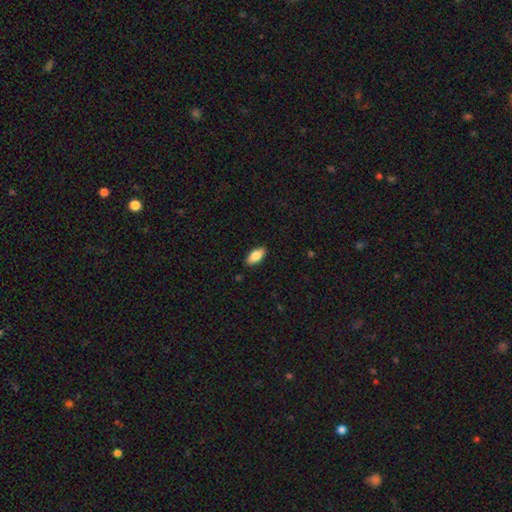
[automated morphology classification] smooth 83%, featured or disk 11%, star or artifact 6%. Down the decision tree: how rounded — in between (87%); merging — none (88%).